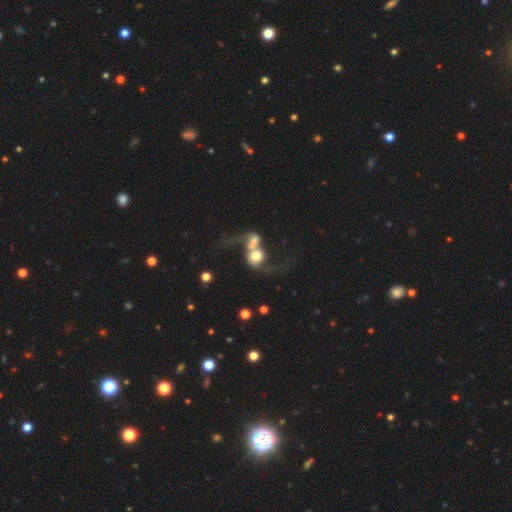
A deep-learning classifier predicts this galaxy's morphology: A featured or disk galaxy (55%) with no bar (71%), spiral arms (68%) and a large central bulge (36%).

Vote fractions:
- Smooth or featured? featured or disk: 55% / smooth: 36% / star or artifact: 9%
- Edge-on disk? no: 95% / yes: 5%
- Bar? no: 71% / weak: 21% / strong: 8%
- Spiral arms? yes: 68% / no: 32%
- Bulge size? large: 36% / moderate: 30% / dominant: 15% / small: 11% / none: 8%
- Merging? merger: 74% / major disturbance: 13% / none: 9% / minor disturbance: 4%